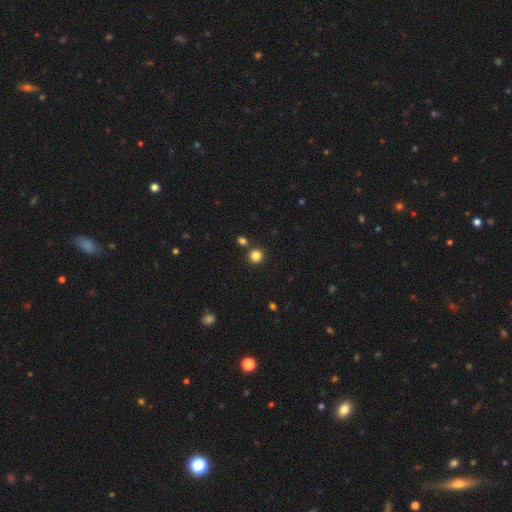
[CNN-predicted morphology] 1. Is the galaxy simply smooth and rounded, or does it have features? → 83% smooth, 13% star or artifact, 4% featured or disk.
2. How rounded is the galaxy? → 93% round, 6% in between, 1% cigar-shaped.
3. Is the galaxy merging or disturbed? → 83% none, 9% merger, 6% minor disturbance, 2% major disturbance.